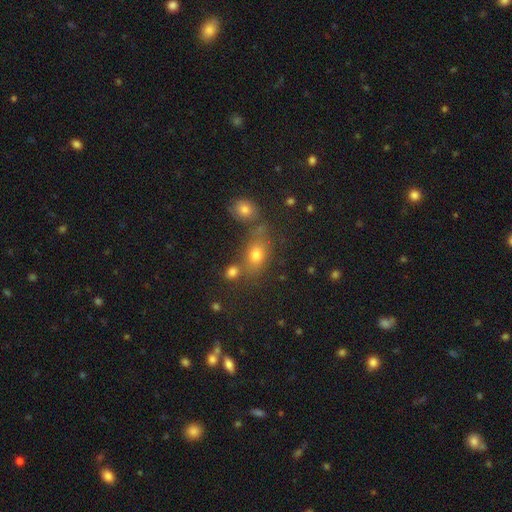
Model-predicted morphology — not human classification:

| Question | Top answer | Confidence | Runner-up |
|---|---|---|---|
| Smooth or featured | smooth | 72% | star or artifact (16%) |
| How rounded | in between | 71% | round (26%) |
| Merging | none | 62% | merger (19%) |